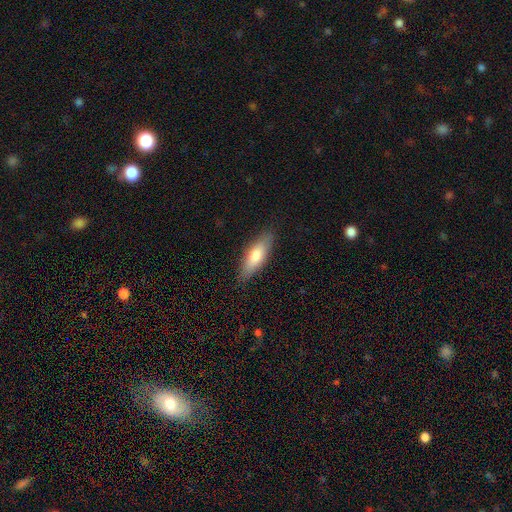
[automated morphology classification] Overall: smooth (73%). How rounded: in between (55%; cigar-shaped 43%). Merging: none (85%).